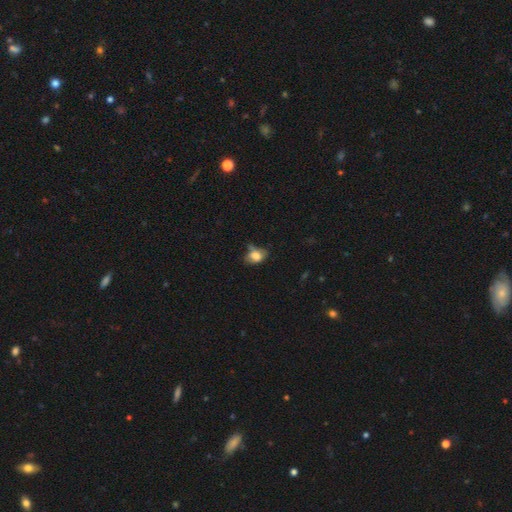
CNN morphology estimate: Overall: smooth (75%). How rounded: in between (73%). Merging: none (42%; minor disturbance 34%).